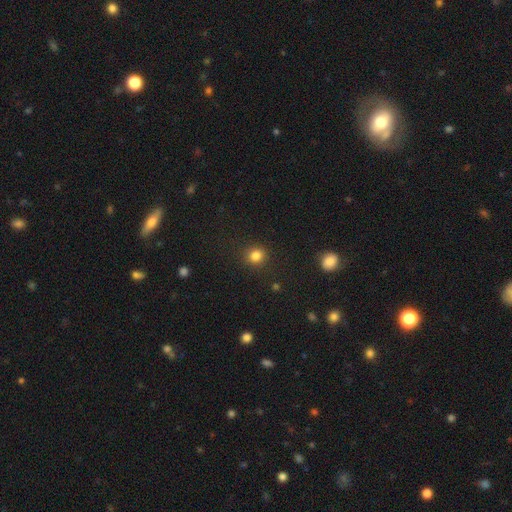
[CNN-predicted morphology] smooth-or-featured: smooth: 83% | star or artifact: 12% | featured or disk: 5%
  how-rounded: round: 84% | in between: 15% | cigar-shaped: 1%
  merging: none: 89% | minor disturbance: 7% | major disturbance: 2% | merger: 1%